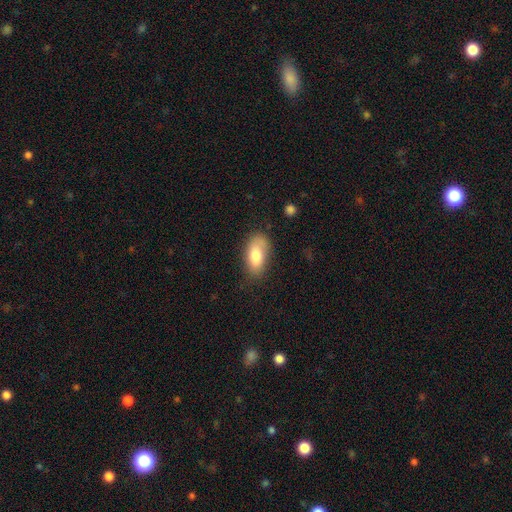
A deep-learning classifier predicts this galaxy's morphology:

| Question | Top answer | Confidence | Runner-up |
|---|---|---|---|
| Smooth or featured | smooth | 78% | featured or disk (16%) |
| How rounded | in between | 91% | cigar-shaped (6%) |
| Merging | none | 70% | minor disturbance (21%) |